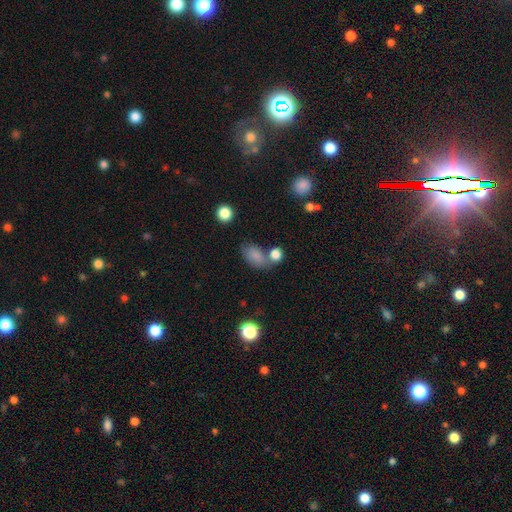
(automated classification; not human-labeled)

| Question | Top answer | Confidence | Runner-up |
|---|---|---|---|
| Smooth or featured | smooth | 81% | star or artifact (11%) |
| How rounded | in between | 86% | round (12%) |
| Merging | none | 47% | merger (27%) |